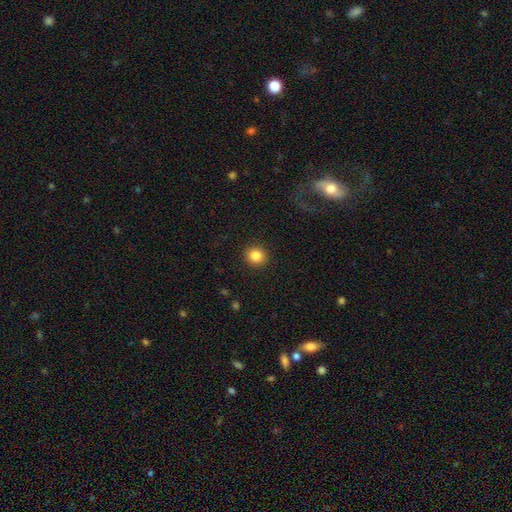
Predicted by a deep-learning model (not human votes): smooth_or_featured: smooth (p=0.86) [alt: star or artifact p=0.10]
how_rounded: round (p=0.90) [alt: in between p=0.09]
merging: none (p=0.91) [alt: minor disturbance p=0.05]